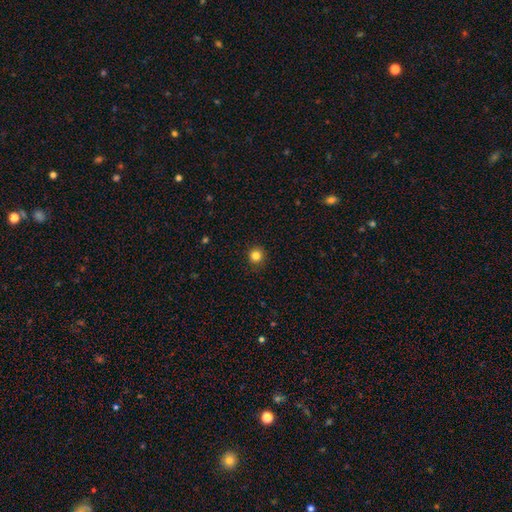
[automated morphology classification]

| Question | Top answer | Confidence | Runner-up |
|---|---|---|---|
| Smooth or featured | smooth | 83% | star or artifact (12%) |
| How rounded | round | 94% | in between (5%) |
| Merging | none | 91% | minor disturbance (6%) |